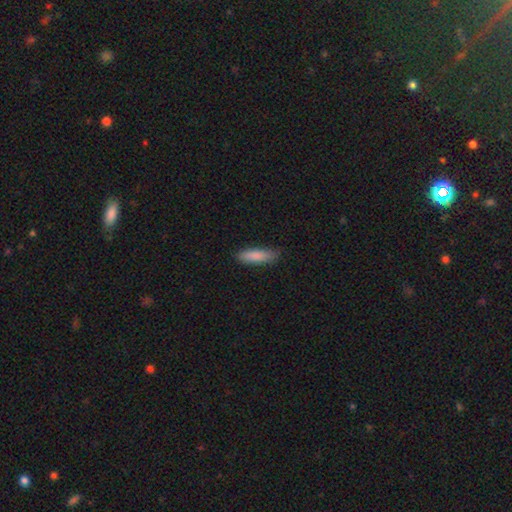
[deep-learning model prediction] Smooth or featured: smooth — 87% (featured or disk — 7%)
How rounded: cigar-shaped — 61% (in between — 37%)
Merging: none — 82% (minor disturbance — 14%)